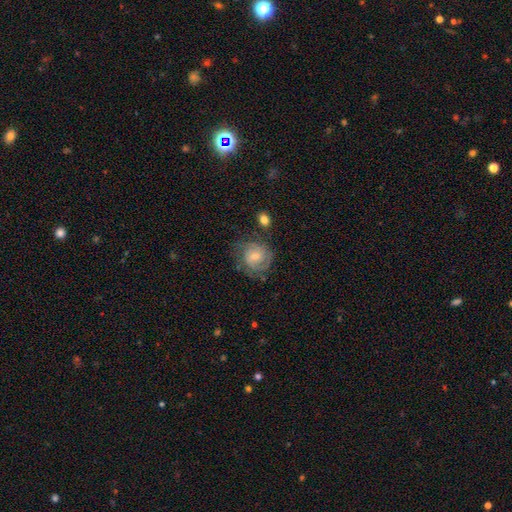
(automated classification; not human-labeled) Smooth or featured?
  - featured or disk: 68% *
  - smooth: 21%
  - star or artifact: 11%
Edge-on disk?
  - no: 97% *
  - yes: 3%
Bar?
  - no: 57% *
  - weak: 36%
  - strong: 7%
Spiral arms?
  - yes: 90% *
  - no: 10%
Spiral winding?
  - tight: 63% *
  - medium: 29%
  - loose: 8%
Spiral arm count?
  - 2: 42% *
  - can't tell: 32%
  - 3: 14%
  - 1: 5%
  - 4: 4%
  - more than 4: 3%
Bulge size?
  - small: 49% *
  - moderate: 43%
  - none: 4%
  - large: 3%
  - dominant: 1%
Merging?
  - none: 74% *
  - minor disturbance: 17%
  - major disturbance: 7%
  - merger: 2%